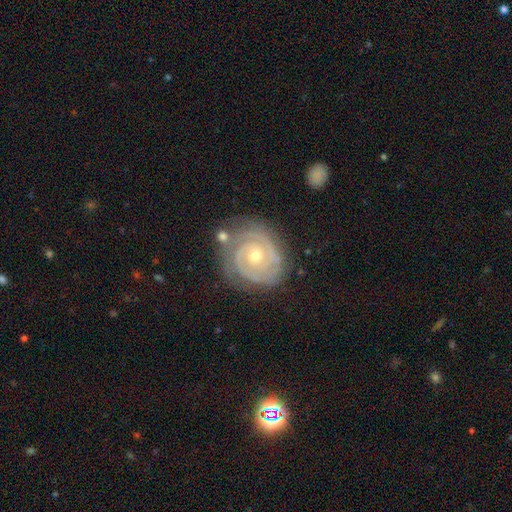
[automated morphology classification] Q: Smooth or featured?
A: featured or disk (90%); runner-up: smooth (5%)
Q: Edge-on disk?
A: no (98%); runner-up: yes (2%)
Q: Bar?
A: no (72%); runner-up: weak (22%)
Q: Spiral arms?
A: yes (98%); runner-up: no (2%)
Q: Spiral winding?
A: tight (82%); runner-up: medium (15%)
Q: Spiral arm count?
A: 2 (60%); runner-up: 3 (19%)
Q: Bulge size?
A: moderate (52%); runner-up: small (45%)
Q: Merging?
A: none (75%); runner-up: minor disturbance (17%)